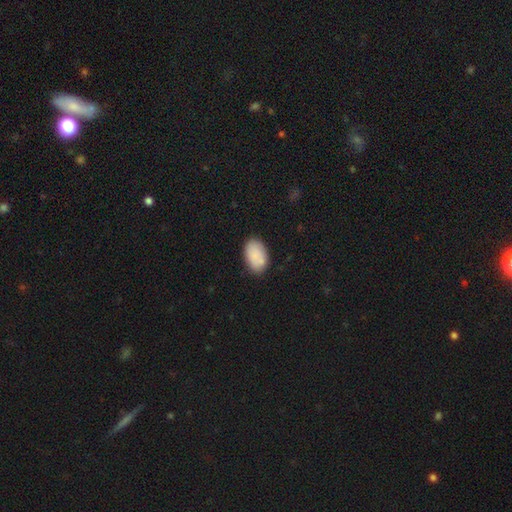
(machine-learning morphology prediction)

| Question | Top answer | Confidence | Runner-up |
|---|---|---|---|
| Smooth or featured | smooth | 85% | featured or disk (9%) |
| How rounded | in between | 92% | round (7%) |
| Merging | none | 78% | minor disturbance (15%) |